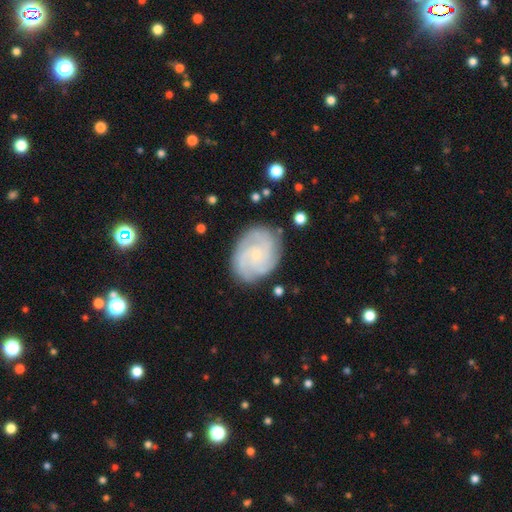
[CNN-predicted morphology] Smooth or featured?
  - featured or disk: 80% *
  - smooth: 14%
  - star or artifact: 6%
Edge-on disk?
  - no: 98% *
  - yes: 2%
Bar?
  - no: 76% *
  - weak: 21%
  - strong: 3%
Spiral arms?
  - yes: 96% *
  - no: 4%
Spiral winding?
  - tight: 64% *
  - medium: 30%
  - loose: 6%
Spiral arm count?
  - 3: 30% *
  - 4: 24%
  - can't tell: 22%
  - 2: 12%
  - more than 4: 6%
  - 1: 6%
Bulge size?
  - small: 82% *
  - moderate: 12%
  - none: 4%
  - large: 1%
  - dominant: 1%
Merging?
  - none: 80% *
  - minor disturbance: 14%
  - major disturbance: 4%
  - merger: 2%